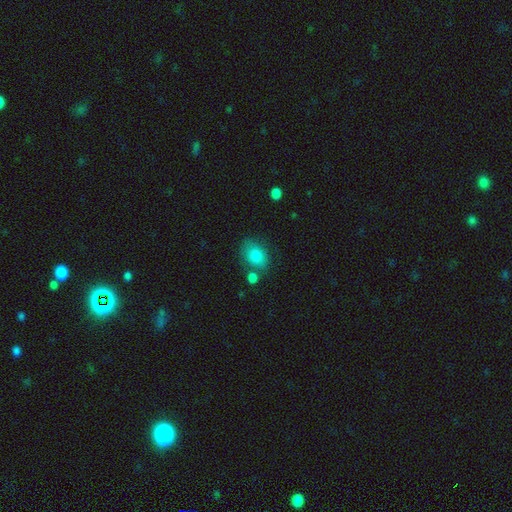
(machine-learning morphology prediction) Smooth or featured?
  - smooth: 83% *
  - featured or disk: 9%
  - star or artifact: 8%
How rounded?
  - in between: 69% *
  - round: 29%
  - cigar-shaped: 1%
Merging?
  - none: 66% *
  - minor disturbance: 18%
  - merger: 11%
  - major disturbance: 6%